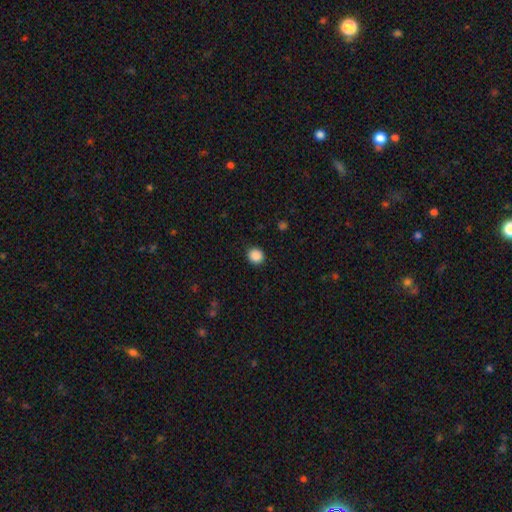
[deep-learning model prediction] Smooth or featured? Predicted: smooth (p=0.88). How rounded? Predicted: round (p=0.86). Merging? Predicted: none (p=0.91).